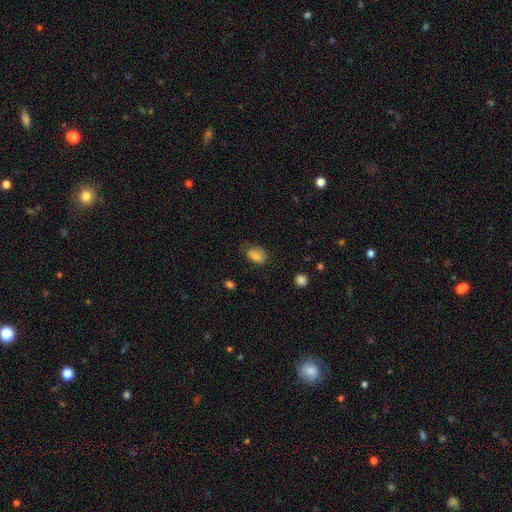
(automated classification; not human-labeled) Overall: smooth (80%). How rounded: in between (84%). Merging: none (56%; minor disturbance 30%).